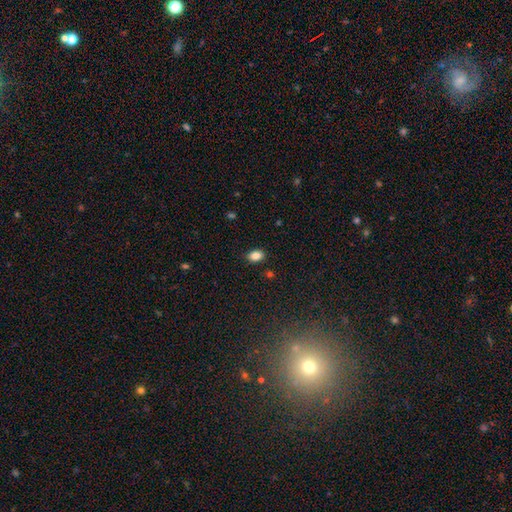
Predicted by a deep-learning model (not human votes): smooth_or_featured: smooth (p=0.86) [alt: star or artifact p=0.10]
how_rounded: in between (p=0.81) [alt: round p=0.18]
merging: none (p=0.86) [alt: minor disturbance p=0.10]